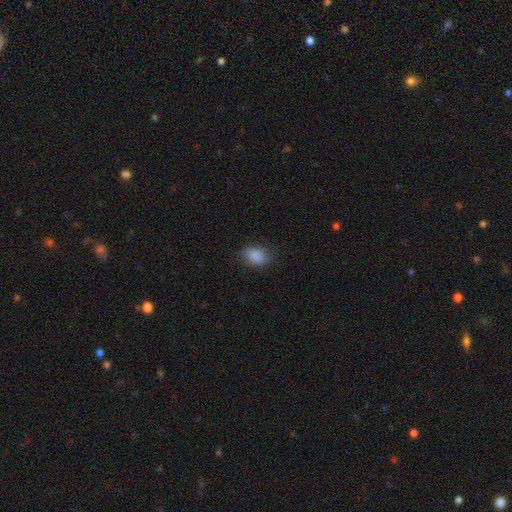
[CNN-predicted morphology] A smooth galaxy with no disk features (87%) that is in between round and cigar-shaped (66%). Merging: none (73%).